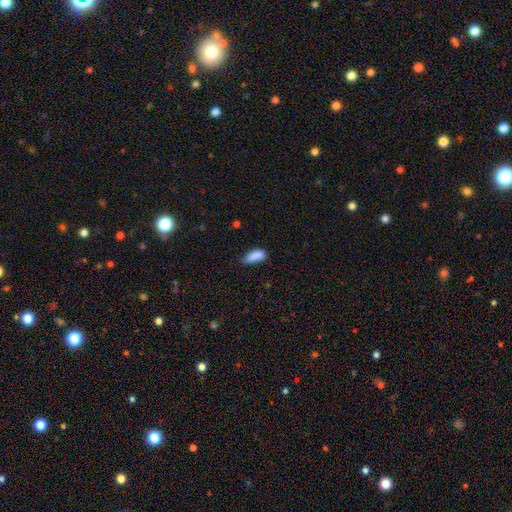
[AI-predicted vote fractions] This appears to be a smooth galaxy with no disk features (84%) that is in between round and cigar-shaped (81%). Merging: none (46%).